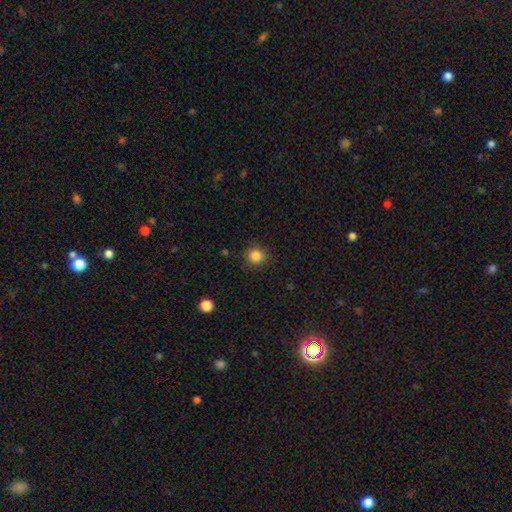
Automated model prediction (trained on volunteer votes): smooth 85%, star or artifact 11%, featured or disk 4%. Down the decision tree: how rounded — round (93%); merging — none (90%).